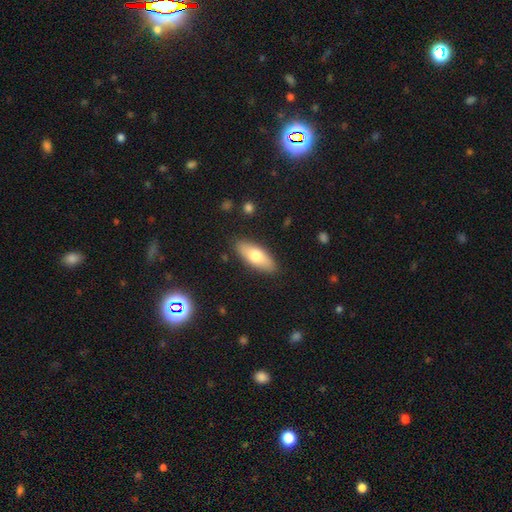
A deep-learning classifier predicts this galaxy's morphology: smooth_or_featured: smooth (p=0.70) [alt: featured or disk p=0.25]
how_rounded: in between (p=0.75) [alt: cigar-shaped p=0.23]
merging: none (p=0.87) [alt: minor disturbance p=0.09]